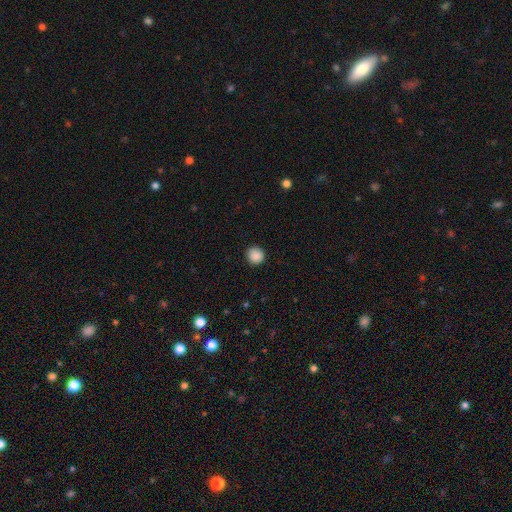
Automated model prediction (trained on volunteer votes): Smooth or featured?
  - smooth: 89% *
  - star or artifact: 9%
  - featured or disk: 2%
How rounded?
  - round: 89% *
  - in between: 10%
  - cigar-shaped: 1%
Merging?
  - none: 91% *
  - minor disturbance: 6%
  - major disturbance: 2%
  - merger: 1%